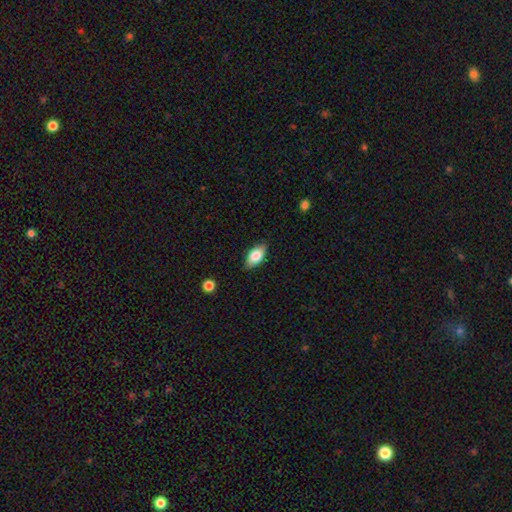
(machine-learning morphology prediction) Overall: smooth (80%). How rounded: in between (91%). Merging: none (85%).